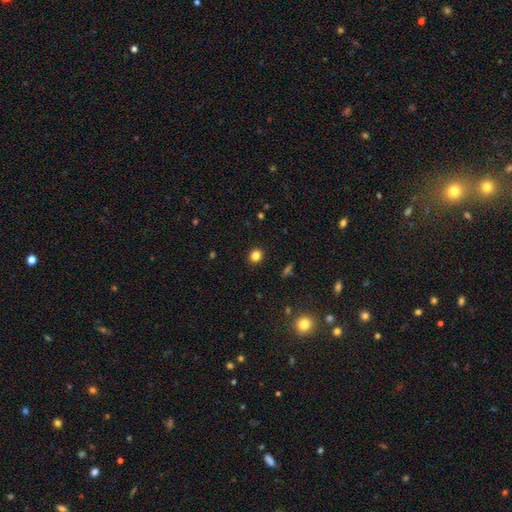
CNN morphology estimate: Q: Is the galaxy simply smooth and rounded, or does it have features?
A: smooth — 83%.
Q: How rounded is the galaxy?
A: round — 79%.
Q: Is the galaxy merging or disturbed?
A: none — 91%.